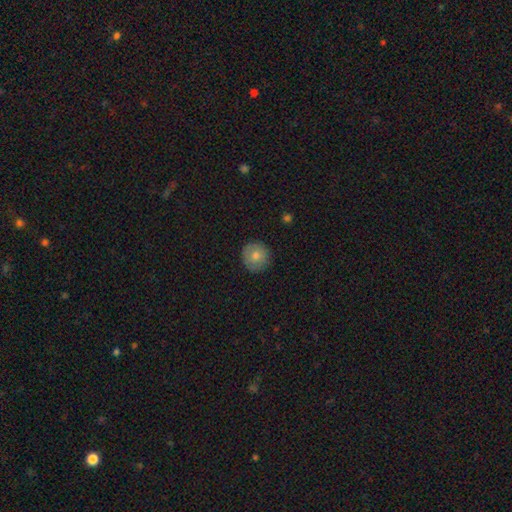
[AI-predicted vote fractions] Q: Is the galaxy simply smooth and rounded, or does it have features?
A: smooth — 75%.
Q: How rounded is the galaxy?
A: round — 94%.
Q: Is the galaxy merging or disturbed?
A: none — 87%.